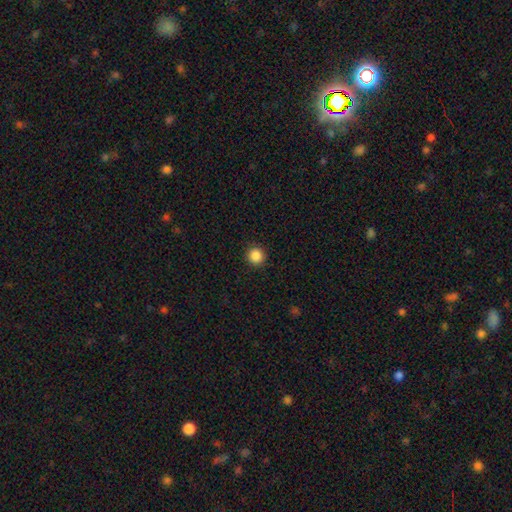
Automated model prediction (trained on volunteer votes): A smooth galaxy with no disk features (87%) that is round (95%). Merging: none (92%).